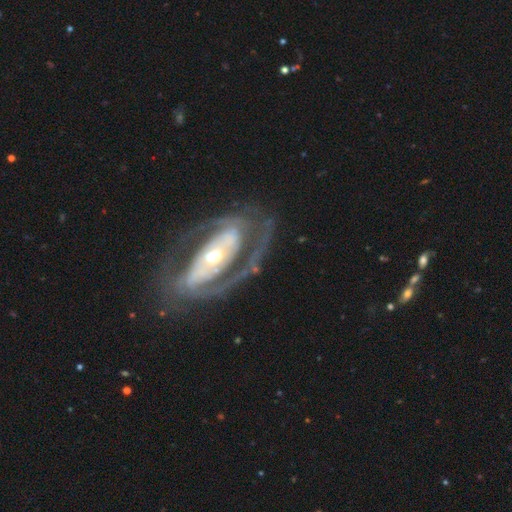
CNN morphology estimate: Smooth or featured? Predicted: featured or disk (p=0.84). Edge-on disk? Predicted: no (p=0.90). Bar? Predicted: strong (p=0.41). Spiral arms? Predicted: yes (p=0.76). Spiral winding? Predicted: tight (p=0.47). Spiral arm count? Predicted: 2 (p=0.68). Bulge size? Predicted: small (p=0.47). Merging? Predicted: none (p=0.69).